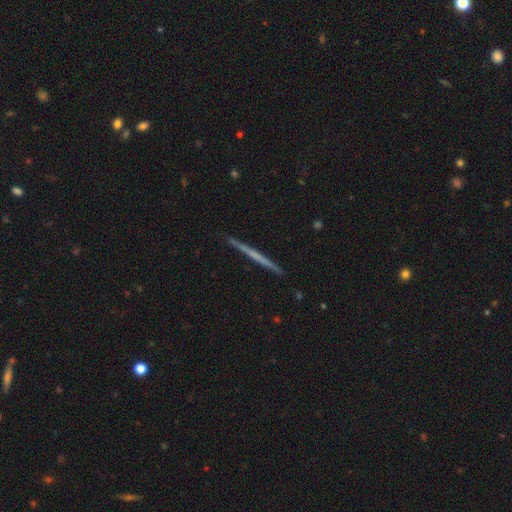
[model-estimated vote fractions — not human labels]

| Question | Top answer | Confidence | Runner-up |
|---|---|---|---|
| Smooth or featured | featured or disk | 57% | smooth (37%) |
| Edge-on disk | yes | 98% | no (2%) |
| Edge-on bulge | none | 88% | rounded (9%) |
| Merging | none | 92% | minor disturbance (6%) |